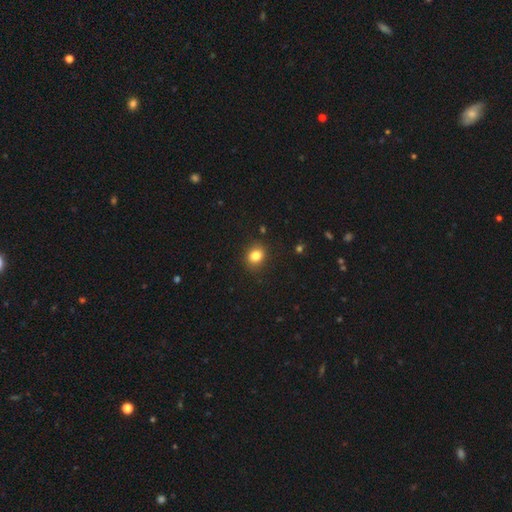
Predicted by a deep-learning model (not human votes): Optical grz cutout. It shows a smooth galaxy with no disk features (82%) that is round (58%). Merging: none (87%).